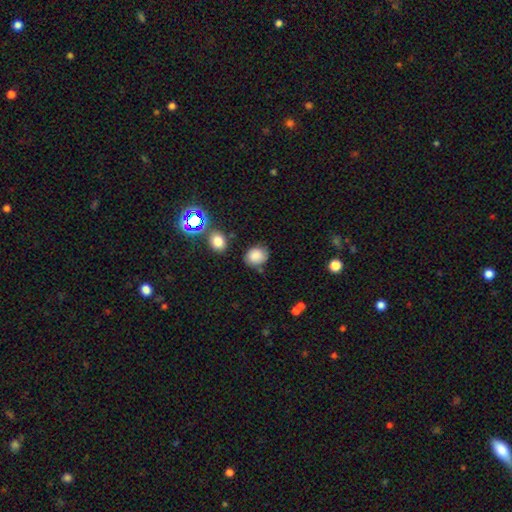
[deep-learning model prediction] smooth 75%, featured or disk 13%, star or artifact 12%. Down the decision tree: how rounded — round (59%); merging — none (72%).